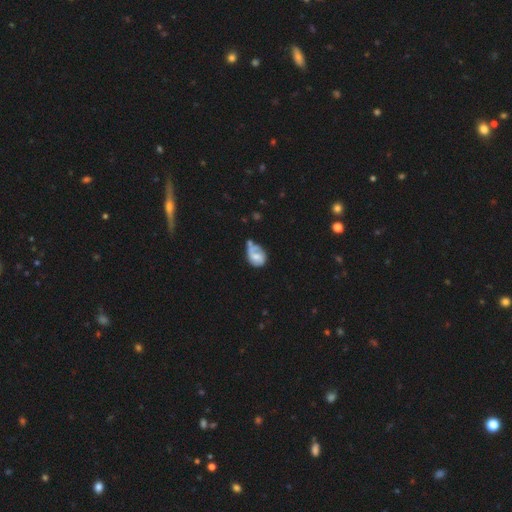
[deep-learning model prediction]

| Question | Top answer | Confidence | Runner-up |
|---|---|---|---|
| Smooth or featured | featured or disk | 55% | smooth (38%) |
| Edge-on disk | no | 97% | yes (3%) |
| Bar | no | 60% | weak (33%) |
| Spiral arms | yes | 77% | no (23%) |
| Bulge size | moderate | 40% | small (37%) |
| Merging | none | 33% | minor disturbance (31%) |